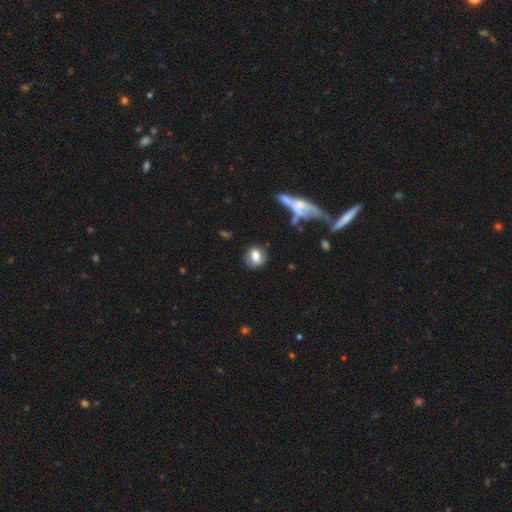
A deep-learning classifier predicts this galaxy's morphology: Smooth or featured? Predicted: smooth (p=0.69). How rounded? Predicted: round (p=0.49, tied with in between). Merging? Predicted: none (p=0.72).